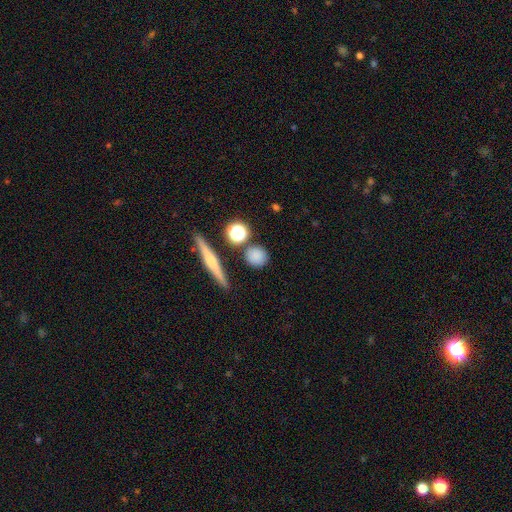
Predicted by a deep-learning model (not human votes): A smooth galaxy with no disk features (80%) that is round (83%).

Vote fractions:
- Smooth or featured? smooth: 80% / featured or disk: 10% / star or artifact: 9%
- How rounded? round: 83% / in between: 13% / cigar-shaped: 5%
- Merging? none: 82% / minor disturbance: 9% / merger: 6% / major disturbance: 3%